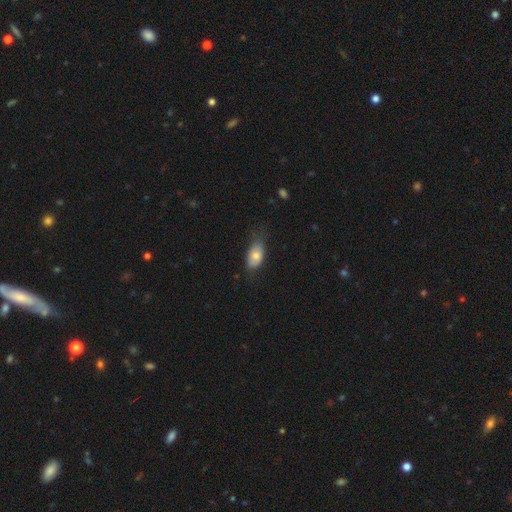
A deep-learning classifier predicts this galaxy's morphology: Smooth or featured: smooth — 76% (featured or disk — 16%)
How rounded: in between — 90% (round — 7%)
Merging: none — 57% (minor disturbance — 31%)